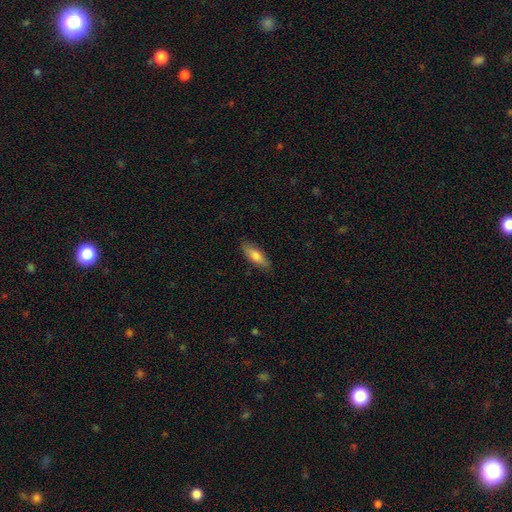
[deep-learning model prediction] Q: Smooth or featured?
A: smooth (74%); runner-up: featured or disk (20%)
Q: How rounded?
A: in between (56%); runner-up: cigar-shaped (41%)
Q: Merging?
A: none (86%); runner-up: minor disturbance (11%)